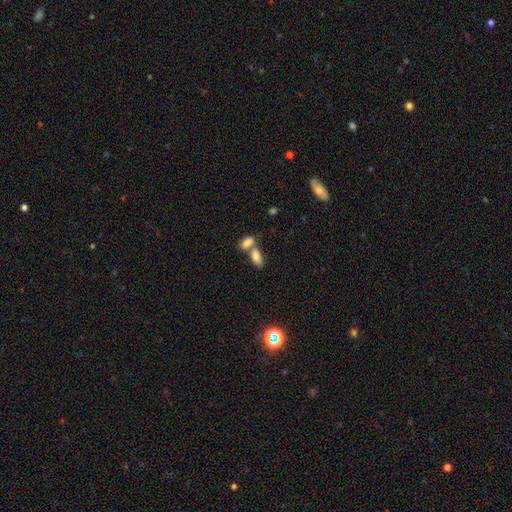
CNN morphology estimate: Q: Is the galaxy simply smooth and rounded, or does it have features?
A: smooth — 81%.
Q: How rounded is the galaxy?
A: in between — 87%.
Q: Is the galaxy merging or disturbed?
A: merger — 61%.